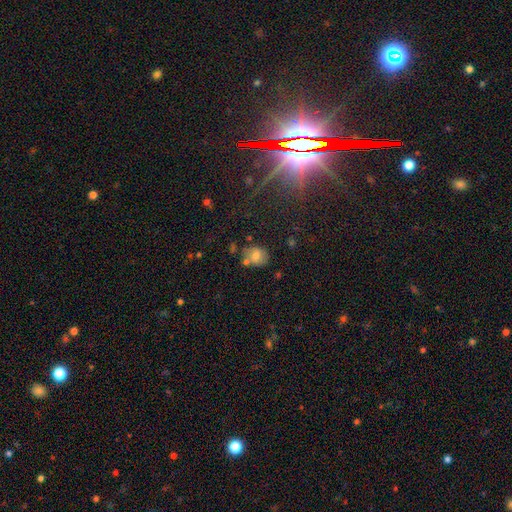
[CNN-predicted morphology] Overall: smooth (68%). How rounded: round (55%; in between 44%). Merging: none (64%).